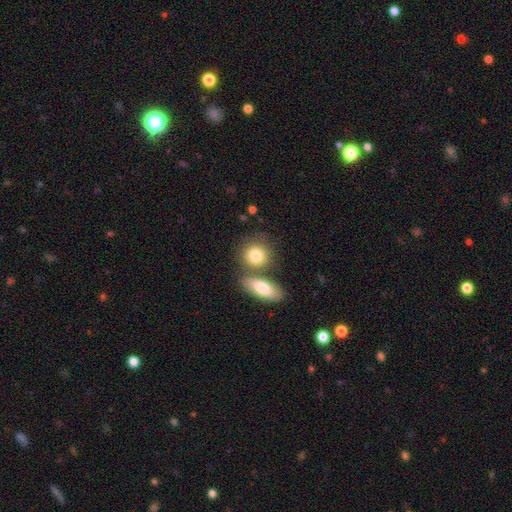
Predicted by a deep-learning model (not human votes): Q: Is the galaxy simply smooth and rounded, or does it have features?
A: smooth — 82%.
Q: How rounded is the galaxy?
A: round — 65%.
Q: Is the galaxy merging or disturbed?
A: none — 58%.